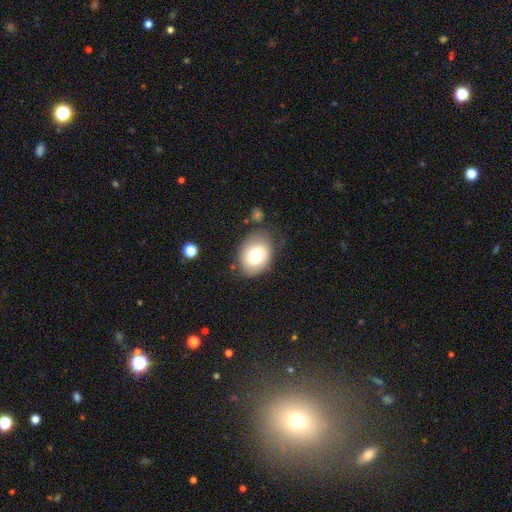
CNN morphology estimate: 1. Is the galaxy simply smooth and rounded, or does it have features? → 73% smooth, 20% featured or disk, 8% star or artifact.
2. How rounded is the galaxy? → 69% in between, 30% round, 1% cigar-shaped.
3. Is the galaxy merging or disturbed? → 70% none, 20% minor disturbance, 6% major disturbance, 3% merger.